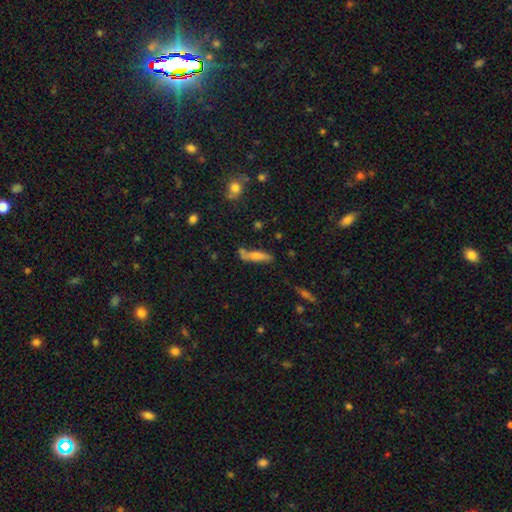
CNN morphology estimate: Smooth or featured? smooth (64%)
How rounded? cigar-shaped (77%)
Merging? none (61%)